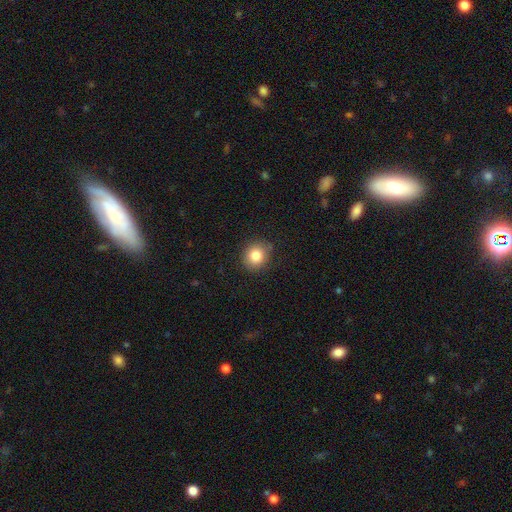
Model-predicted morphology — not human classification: This appears to be a smooth galaxy with no disk features (83%) that is round (80%). Merging: none (86%).